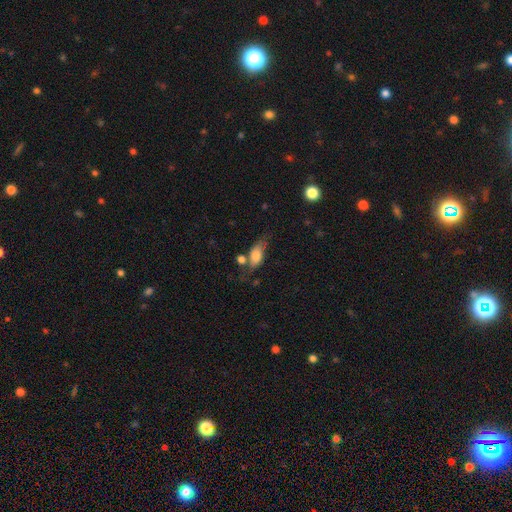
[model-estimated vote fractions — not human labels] smooth 67%, featured or disk 24%, star or artifact 8%. Down the decision tree: how rounded — in between (83%); merging — none (40%).